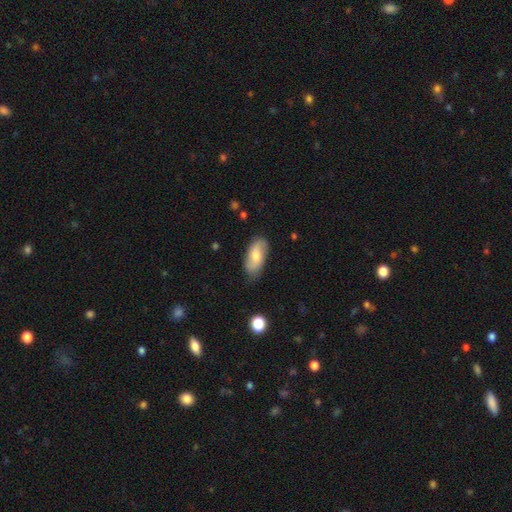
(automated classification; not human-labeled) This is possibly a smooth galaxy (58%). How rounded: clearly in between (89%). Merging: likely none (73%).